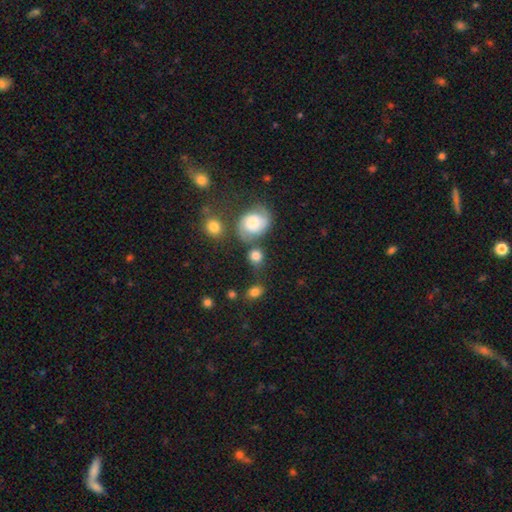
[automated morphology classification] This is likely a smooth galaxy (75%). How rounded: likely round (66%). Merging: possibly none (58%).